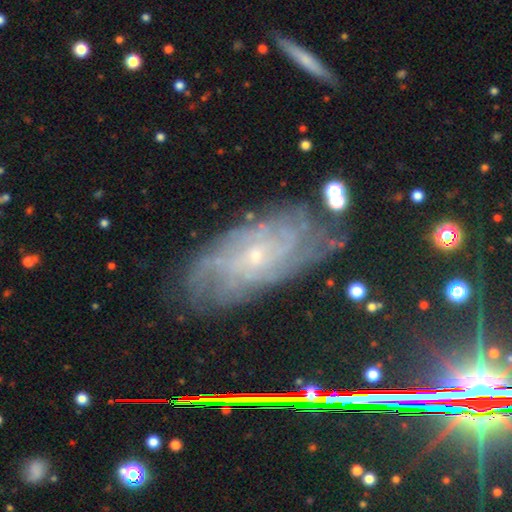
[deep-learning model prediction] Overall: featured or disk (78%). Edge-on disk: no (92%). Bar: no (71%). Spiral arms: yes (94%). Spiral arm count: can't tell (46%; more than 4 15%). Spiral winding: tight (69%). Bulge size: small (79%). Merging: none (76%).